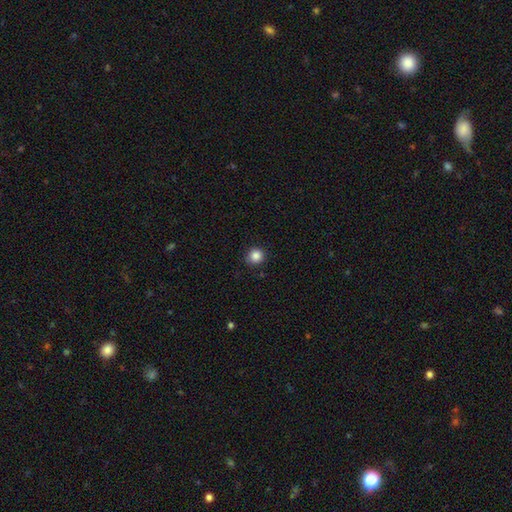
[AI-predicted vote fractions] This appears to be a smooth galaxy with no disk features (86%) that is round (92%). Merging: none (88%).